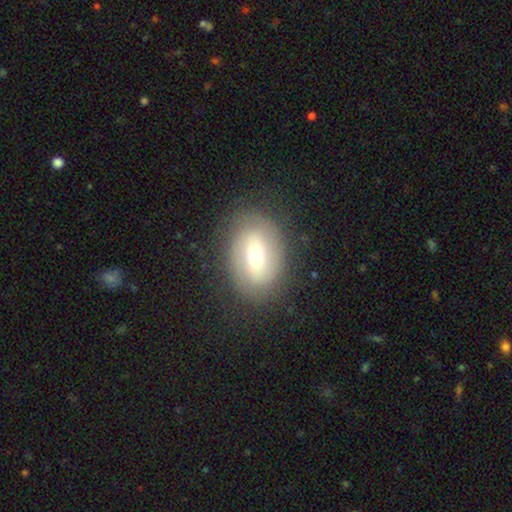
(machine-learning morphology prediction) This appears to be a featured or disk galaxy (56%) with a weak bar (43%), spiral arms (68%) and a moderate central bulge (63%). Merging: none (84%).